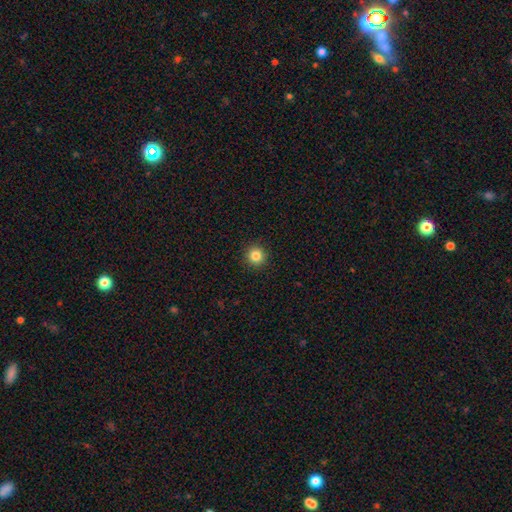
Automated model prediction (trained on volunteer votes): smooth 84%, star or artifact 11%, featured or disk 4%. Down the decision tree: how rounded — round (95%); merging — none (93%).